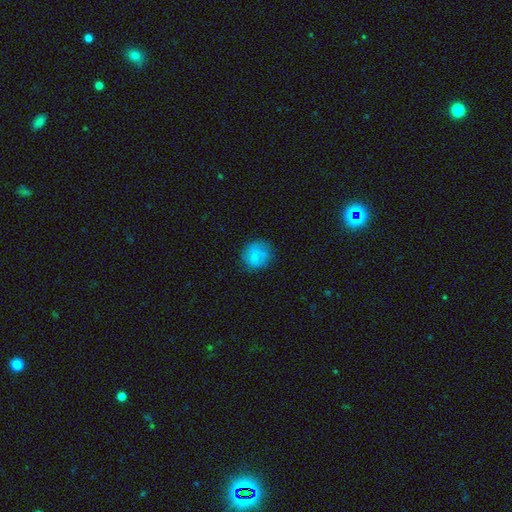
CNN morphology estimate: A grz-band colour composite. It shows a smooth galaxy with no disk features (74%) that is round (81%). Merging: none (69%).